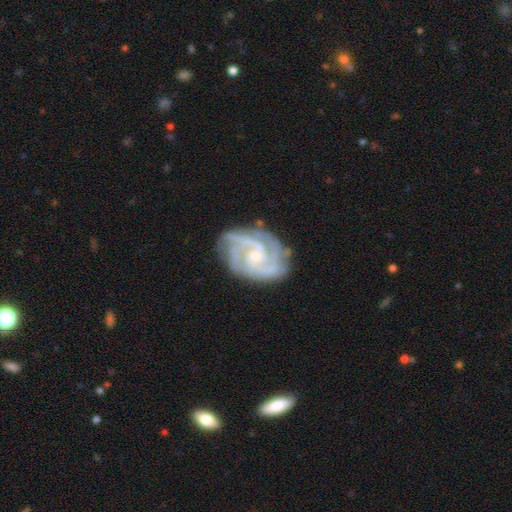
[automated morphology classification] Smooth or featured?
  - featured or disk: 89% *
  - smooth: 6%
  - star or artifact: 5%
Edge-on disk?
  - no: 98% *
  - yes: 2%
Bar?
  - no: 57% *
  - weak: 35%
  - strong: 7%
Spiral arms?
  - yes: 97% *
  - no: 3%
Spiral winding?
  - tight: 58% *
  - medium: 36%
  - loose: 7%
Spiral arm count?
  - 3: 30% *
  - 2: 26%
  - can't tell: 18%
  - 4: 14%
  - more than 4: 6%
  - 1: 6%
Bulge size?
  - small: 65% *
  - moderate: 28%
  - none: 4%
  - large: 1%
  - dominant: 1%
Merging?
  - none: 73% *
  - minor disturbance: 19%
  - major disturbance: 7%
  - merger: 2%